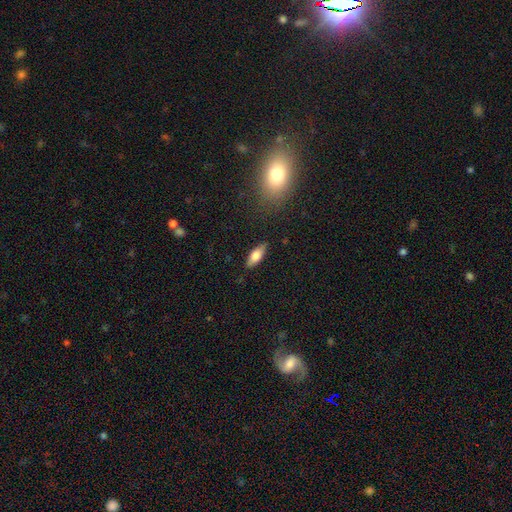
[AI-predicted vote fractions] Smooth or featured? Predicted: smooth (p=0.71). How rounded? Predicted: in between (p=0.72). Merging? Predicted: none (p=0.86).